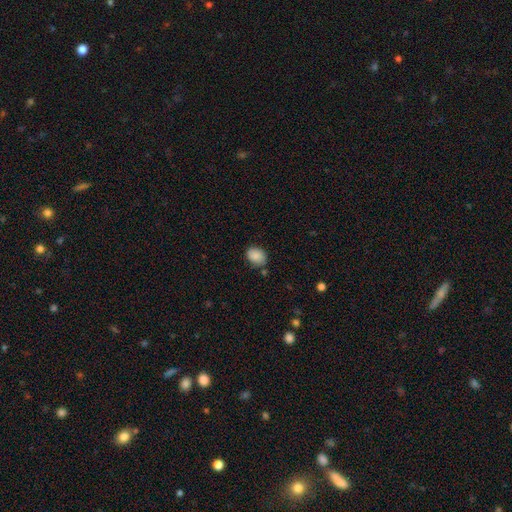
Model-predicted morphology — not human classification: The model was most divided on "how rounded": in between: 62%, round: 37%, cigar-shaped: 1%. More confident: smooth or featured — smooth (87%); merging — none (74%).